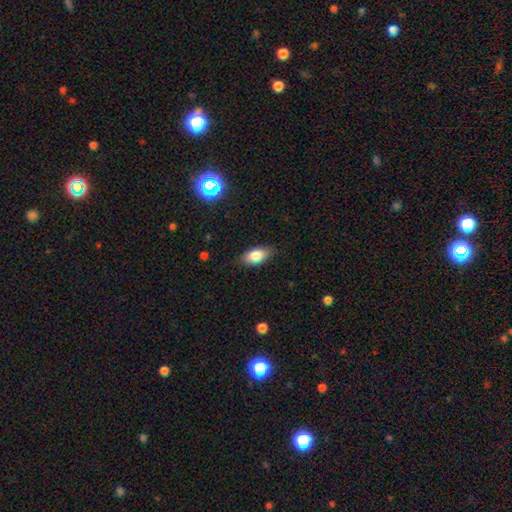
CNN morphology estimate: smooth-or-featured: smooth: 82% | featured or disk: 10% | star or artifact: 8%
  how-rounded: in between: 89% | cigar-shaped: 6% | round: 5%
  merging: none: 81% | minor disturbance: 15% | major disturbance: 3% | merger: 1%